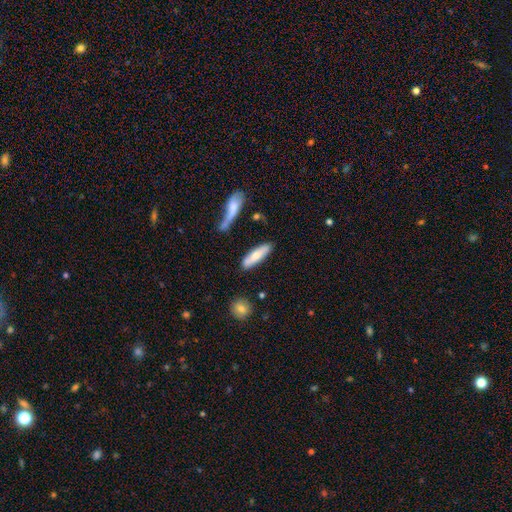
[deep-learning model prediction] smooth 67%, featured or disk 27%, star or artifact 6%. Down the decision tree: how rounded — cigar-shaped (63%); merging — none (76%).